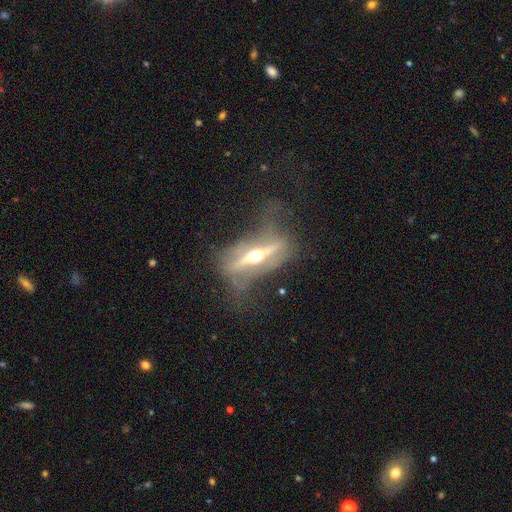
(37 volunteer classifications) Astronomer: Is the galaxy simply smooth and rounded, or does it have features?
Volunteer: featured or disk — 78%.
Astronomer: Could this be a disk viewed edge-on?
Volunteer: yes — 86%.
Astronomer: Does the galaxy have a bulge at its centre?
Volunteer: rounded — 96%.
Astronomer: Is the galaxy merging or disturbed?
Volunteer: none — 46% (runner-up: major disturbance, 34%).